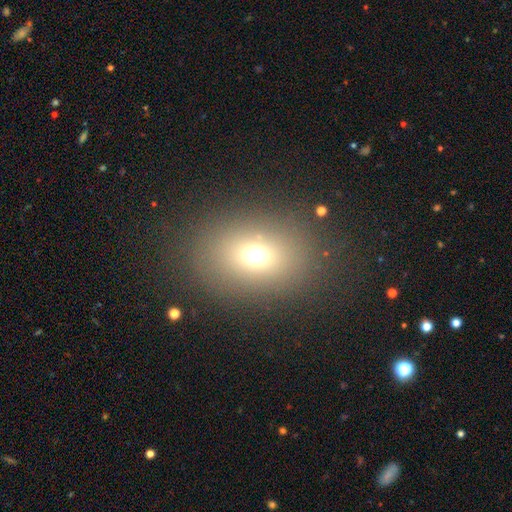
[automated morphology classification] Q: Smooth or featured?
A: smooth (68%); runner-up: star or artifact (21%)
Q: How rounded?
A: in between (53%); runner-up: round (46%)
Q: Merging?
A: none (83%); runner-up: minor disturbance (9%)